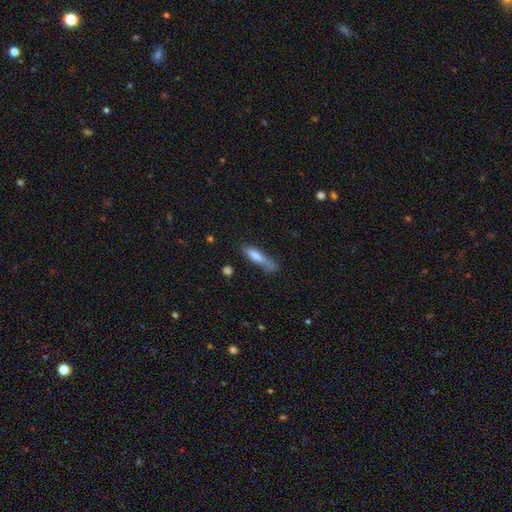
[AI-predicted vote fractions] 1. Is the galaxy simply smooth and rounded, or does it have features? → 73% smooth, 19% featured or disk, 8% star or artifact.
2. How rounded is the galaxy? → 80% cigar-shaped, 18% in between, 2% round.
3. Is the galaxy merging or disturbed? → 52% none, 29% minor disturbance, 13% major disturbance, 6% merger.